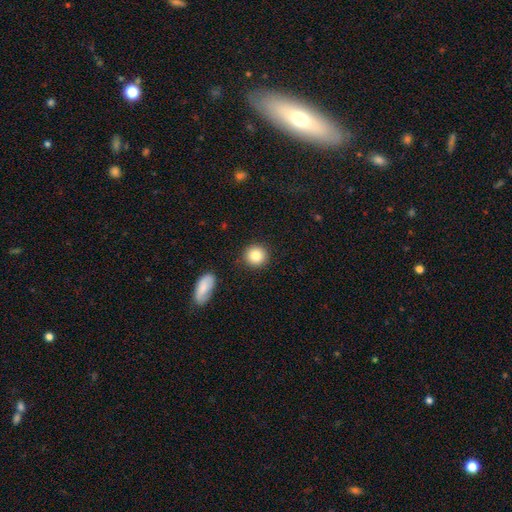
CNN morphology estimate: Smooth or featured?
  - smooth: 84% *
  - star or artifact: 9%
  - featured or disk: 7%
How rounded?
  - round: 91% *
  - in between: 8%
  - cigar-shaped: 1%
Merging?
  - none: 89% *
  - minor disturbance: 6%
  - merger: 2%
  - major disturbance: 2%